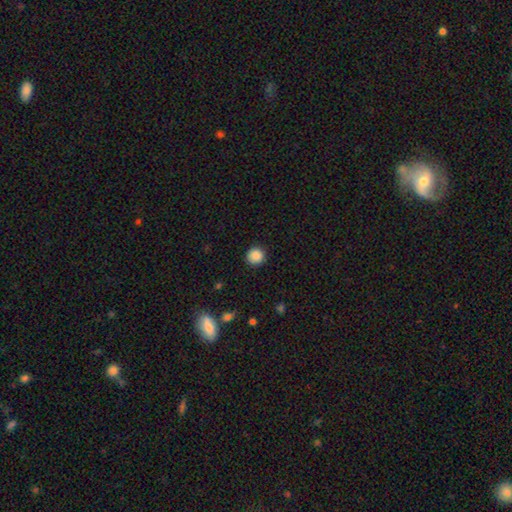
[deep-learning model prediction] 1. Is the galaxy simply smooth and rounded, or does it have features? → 88% smooth, 10% star or artifact, 3% featured or disk.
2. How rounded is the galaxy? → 93% round, 6% in between, 1% cigar-shaped.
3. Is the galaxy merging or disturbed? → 91% none, 6% minor disturbance, 2% major disturbance, 1% merger.